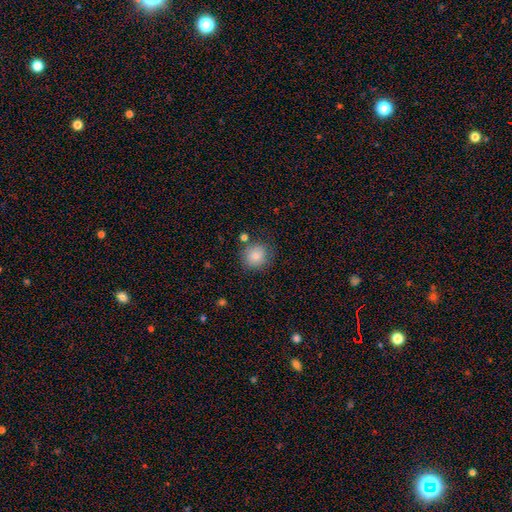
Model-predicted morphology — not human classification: This is clearly a smooth galaxy (82%). How rounded: clearly round (88%). Merging: likely none (77%).